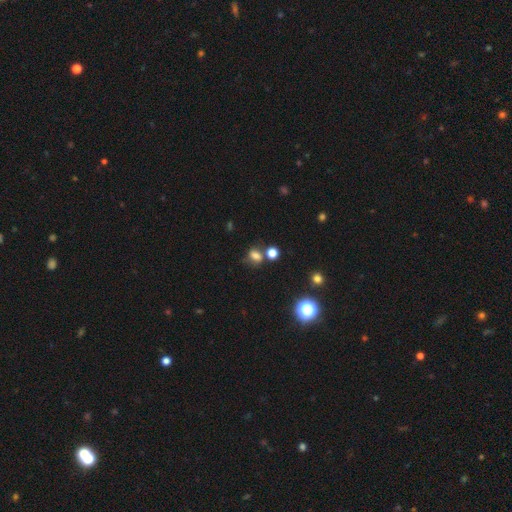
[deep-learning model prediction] This appears to be a smooth galaxy with no disk features (71%) that is in between round and cigar-shaped (57%). Merging: none (58%).